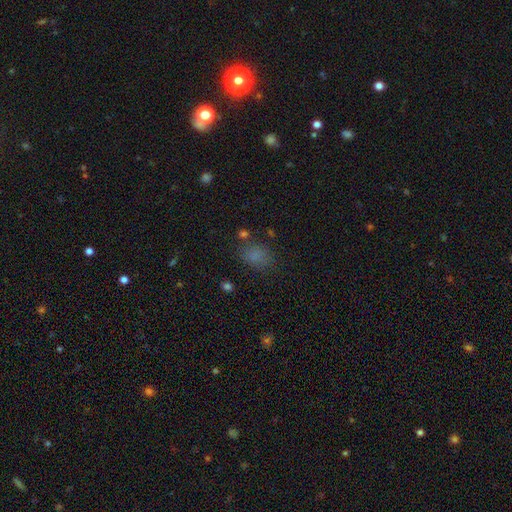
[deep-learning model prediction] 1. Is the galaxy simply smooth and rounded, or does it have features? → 75% smooth, 18% star or artifact, 7% featured or disk.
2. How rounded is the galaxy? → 66% in between, 33% round, 1% cigar-shaped.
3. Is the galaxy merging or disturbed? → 70% none, 18% minor disturbance, 7% major disturbance, 5% merger.